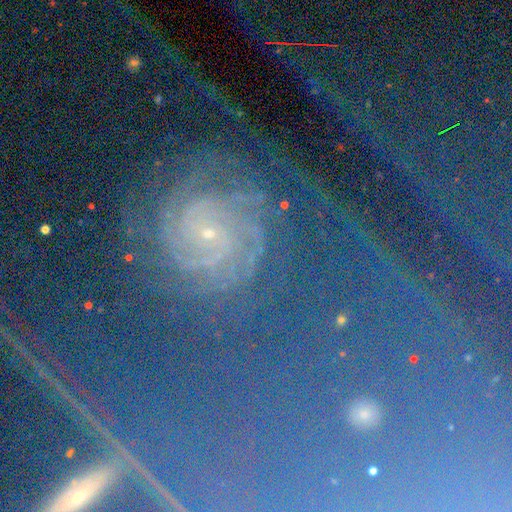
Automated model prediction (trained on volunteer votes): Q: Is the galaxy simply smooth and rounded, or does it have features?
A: featured or disk — 67%.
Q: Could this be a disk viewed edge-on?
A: no — 97%.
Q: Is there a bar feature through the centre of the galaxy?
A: no — 65%.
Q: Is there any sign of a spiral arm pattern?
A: yes — 96%.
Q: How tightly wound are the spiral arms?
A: tight — 68%.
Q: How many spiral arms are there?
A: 2 — 22%.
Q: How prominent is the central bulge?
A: small — 81%.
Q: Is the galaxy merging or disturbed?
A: none — 72%.